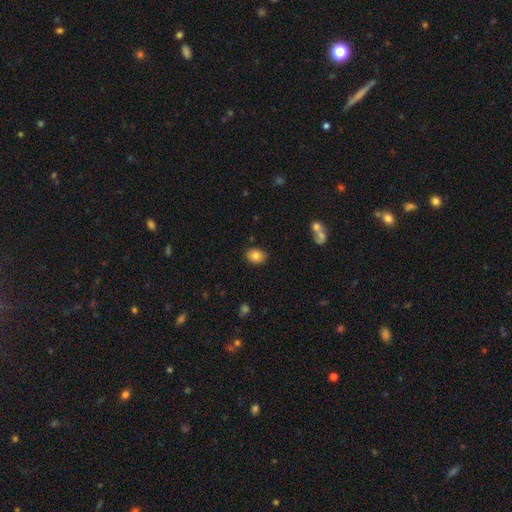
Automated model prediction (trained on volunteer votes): Morphology: type=smooth (82%); roundness=in between (59%); merging=none (87%).